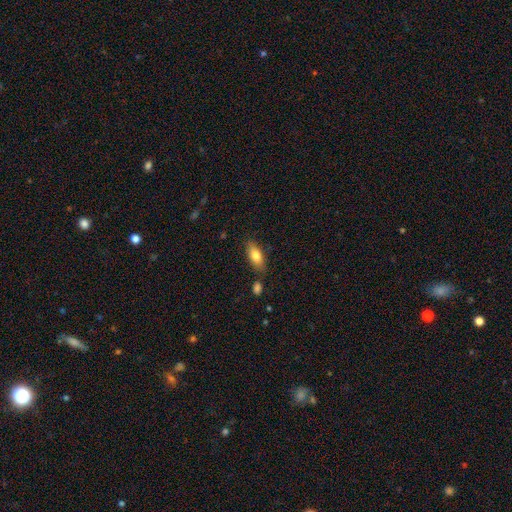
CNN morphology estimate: Overall: smooth (80%). How rounded: in between (82%). Merging: none (77%).